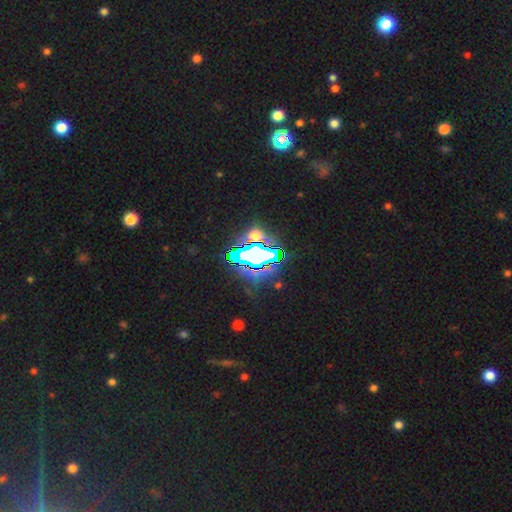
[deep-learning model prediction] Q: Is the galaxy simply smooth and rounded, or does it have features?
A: star or artifact — 68%.